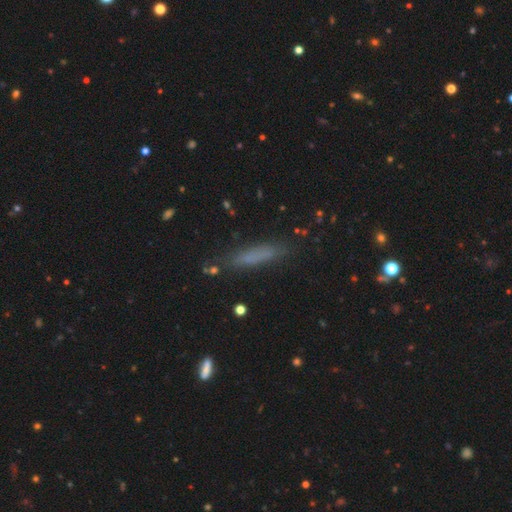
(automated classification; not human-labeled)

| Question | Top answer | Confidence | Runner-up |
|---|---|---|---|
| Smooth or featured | smooth | 69% | featured or disk (19%) |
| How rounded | cigar-shaped | 87% | in between (12%) |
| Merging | none | 81% | minor disturbance (13%) |